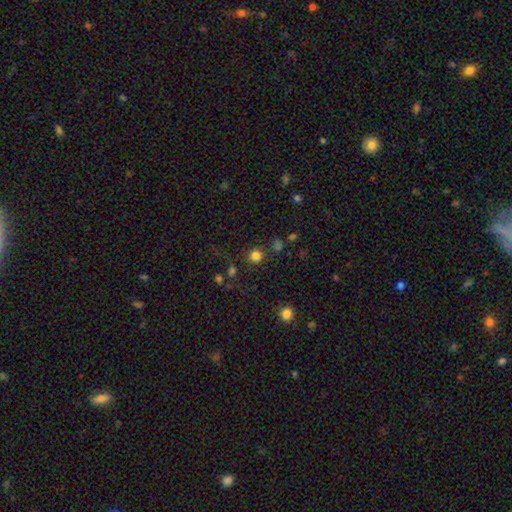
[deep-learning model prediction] The model was most divided on "smooth or featured": smooth: 80%, star or artifact: 15%, featured or disk: 5%. More confident: how rounded — round (92%); merging — none (81%).